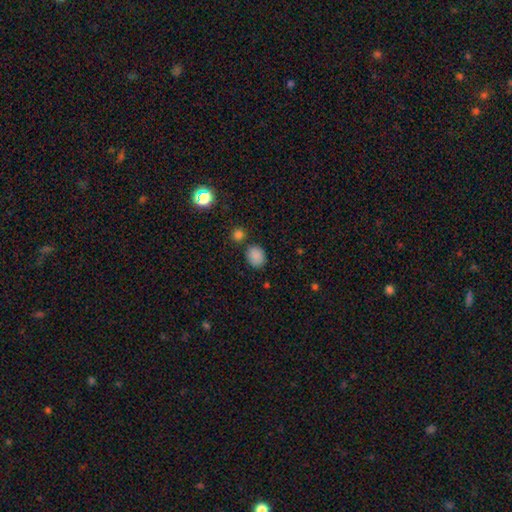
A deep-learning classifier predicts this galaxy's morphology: Q: Smooth or featured?
A: smooth (86%); runner-up: star or artifact (10%)
Q: How rounded?
A: in between (51%); runner-up: round (48%)
Q: Merging?
A: none (77%); runner-up: minor disturbance (13%)